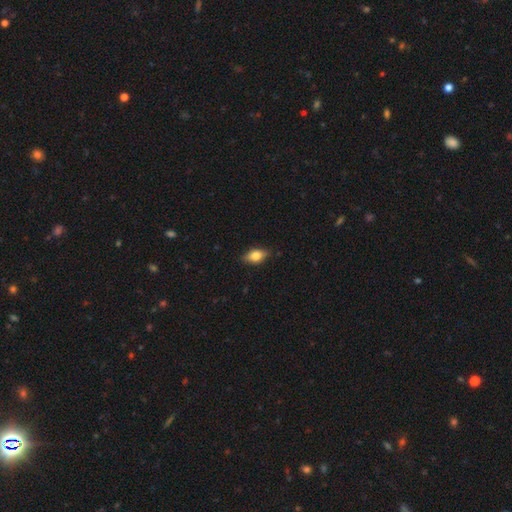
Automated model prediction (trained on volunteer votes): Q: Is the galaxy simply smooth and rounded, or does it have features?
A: smooth — 70%.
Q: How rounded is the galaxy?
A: in between — 83%.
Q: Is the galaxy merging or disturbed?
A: none — 85%.